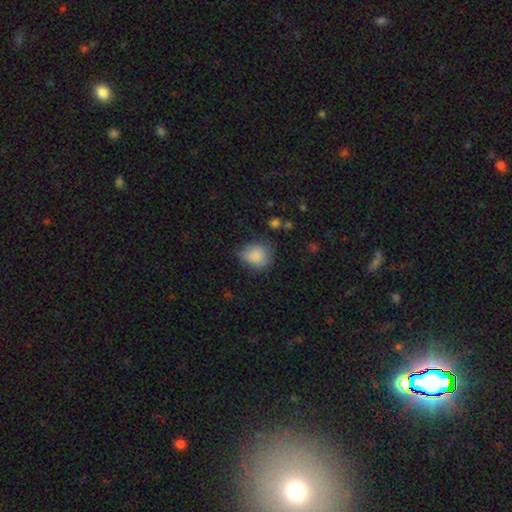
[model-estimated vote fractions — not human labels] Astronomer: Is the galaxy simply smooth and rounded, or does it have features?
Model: smooth — 85%.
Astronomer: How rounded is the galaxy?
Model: round — 65%.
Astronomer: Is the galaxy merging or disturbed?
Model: none — 59%.